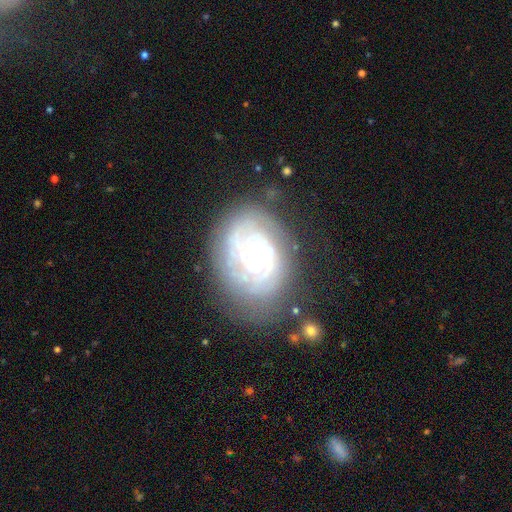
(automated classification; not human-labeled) Overall: featured or disk (84%). Edge-on disk: no (96%). Bar: no (76%). Spiral arms: yes (89%). Spiral arm count: can't tell (37%; 2 23%). Spiral winding: tight (79%). Bulge size: moderate (70%). Merging: none (72%).